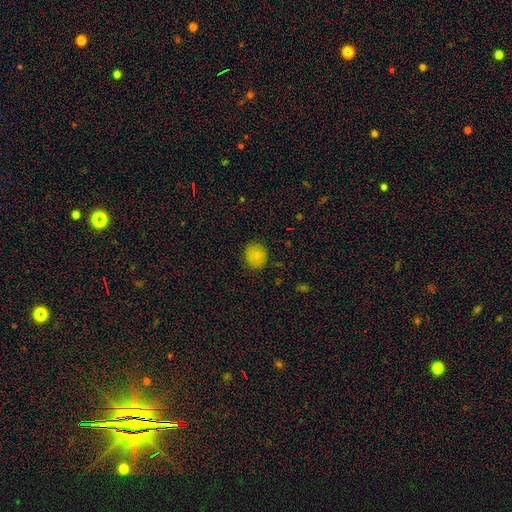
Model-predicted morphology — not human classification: A smooth galaxy with no disk features (83%) that is round (78%).

Vote fractions:
- Smooth or featured? smooth: 83% / star or artifact: 10% / featured or disk: 7%
- How rounded? round: 78% / in between: 21% / cigar-shaped: 1%
- Merging? none: 87% / minor disturbance: 10% / major disturbance: 2% / merger: 1%